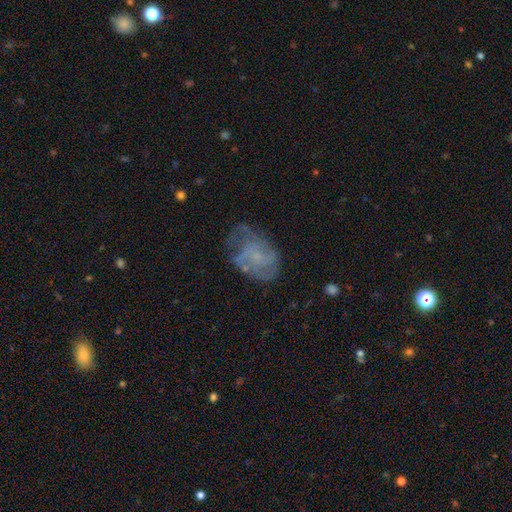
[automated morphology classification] type=featured or disk (61%); edge-on=no (97%); bar=no (73%); spiral arms=yes (72%); bulge=none (46%); merging=none (50%).